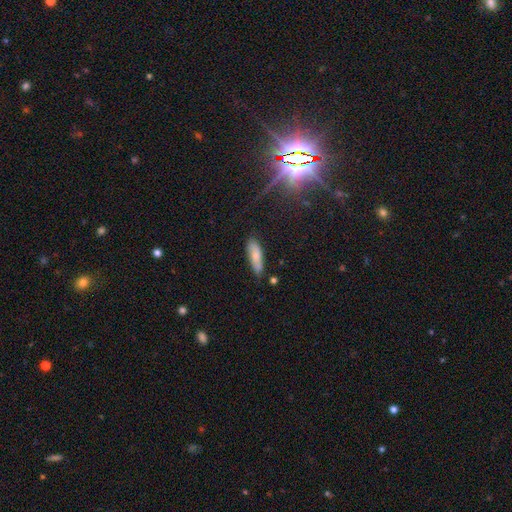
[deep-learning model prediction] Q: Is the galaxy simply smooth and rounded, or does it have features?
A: smooth — 78%.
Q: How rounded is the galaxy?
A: cigar-shaped — 50%.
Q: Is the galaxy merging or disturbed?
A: none — 66%.